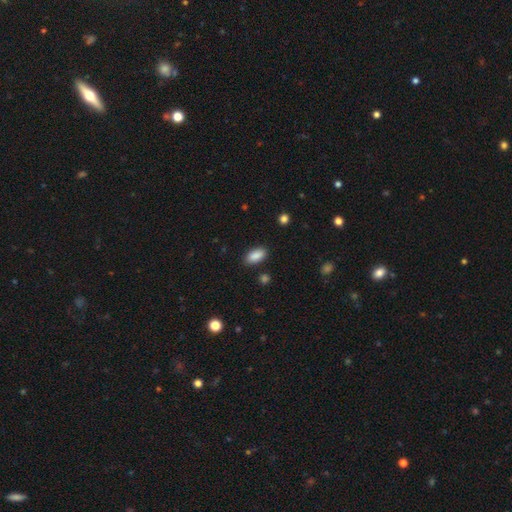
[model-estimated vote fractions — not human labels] A smooth galaxy with no disk features (89%) that is in between round and cigar-shaped (92%).

Vote fractions:
- Smooth or featured? smooth: 89% / star or artifact: 7% / featured or disk: 4%
- How rounded? in between: 92% / cigar-shaped: 5% / round: 3%
- Merging? none: 87% / minor disturbance: 9% / major disturbance: 2% / merger: 2%